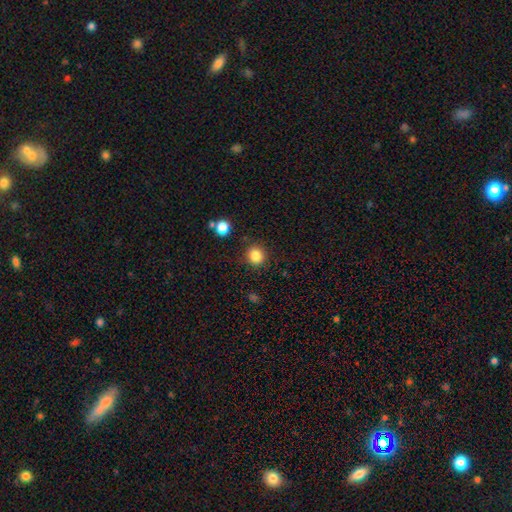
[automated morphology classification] smooth-or-featured: smooth: 85% | star or artifact: 11% | featured or disk: 4%
  how-rounded: round: 88% | in between: 11% | cigar-shaped: 1%
  merging: none: 86% | minor disturbance: 8% | major disturbance: 3% | merger: 3%